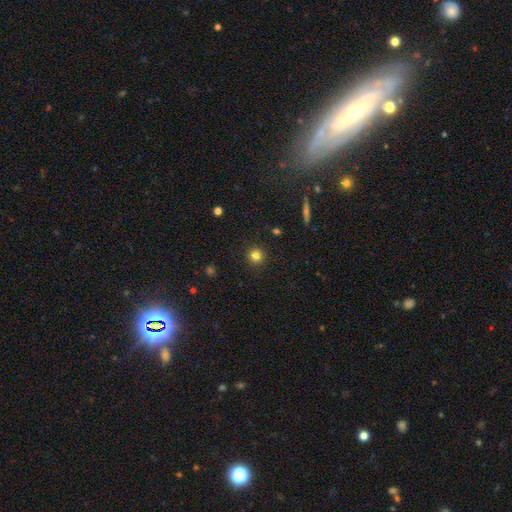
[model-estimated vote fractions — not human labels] smooth 82%, star or artifact 13%, featured or disk 6%. Down the decision tree: how rounded — round (94%); merging — none (91%).